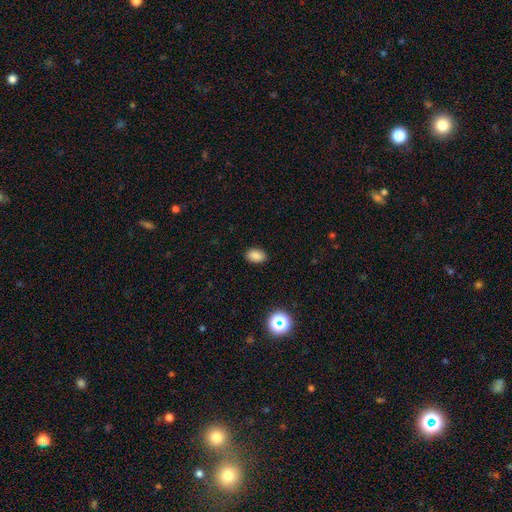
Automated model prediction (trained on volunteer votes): smooth-or-featured: smooth: 86% | star or artifact: 11% | featured or disk: 3%
  how-rounded: in between: 88% | round: 11% | cigar-shaped: 1%
  merging: none: 89% | minor disturbance: 8% | major disturbance: 2% | merger: 1%